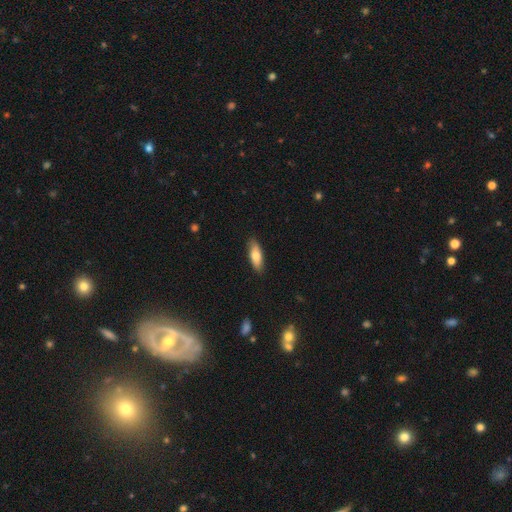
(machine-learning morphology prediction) Q: Smooth or featured?
A: smooth (75%); runner-up: featured or disk (20%)
Q: How rounded?
A: in between (59%); runner-up: cigar-shaped (39%)
Q: Merging?
A: none (87%); runner-up: minor disturbance (10%)